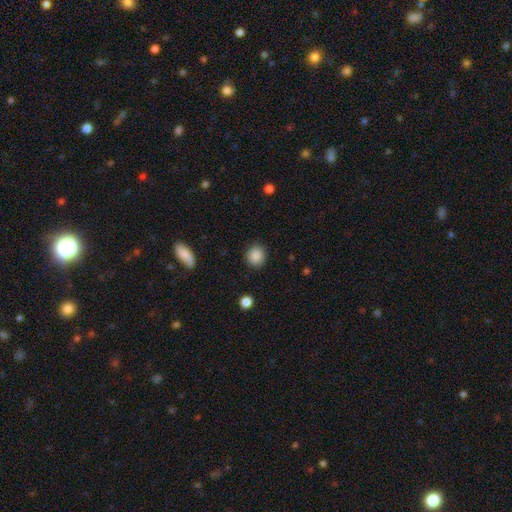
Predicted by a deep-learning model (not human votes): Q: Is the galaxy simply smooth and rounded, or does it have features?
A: smooth — 88%.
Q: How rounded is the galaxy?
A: round — 86%.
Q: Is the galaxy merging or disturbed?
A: none — 89%.